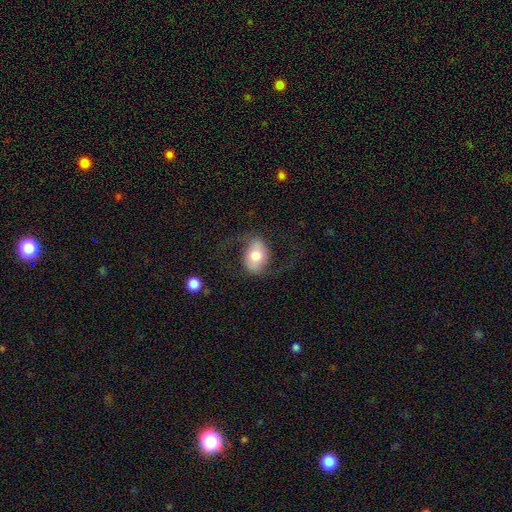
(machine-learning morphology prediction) Smooth or featured? Predicted: smooth (p=0.54). How rounded? Predicted: in between (p=0.78). Merging? Predicted: none (p=0.64).